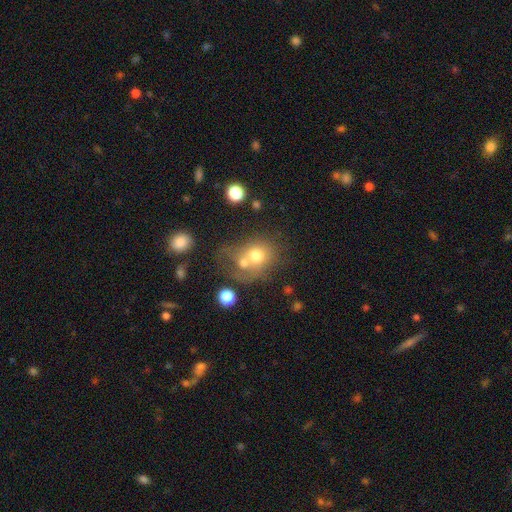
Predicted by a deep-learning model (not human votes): smooth_or_featured: smooth (p=0.66) [alt: featured or disk p=0.22]
how_rounded: round (p=0.65) [alt: in between p=0.34]
merging: merger (p=0.51) [alt: none p=0.29]